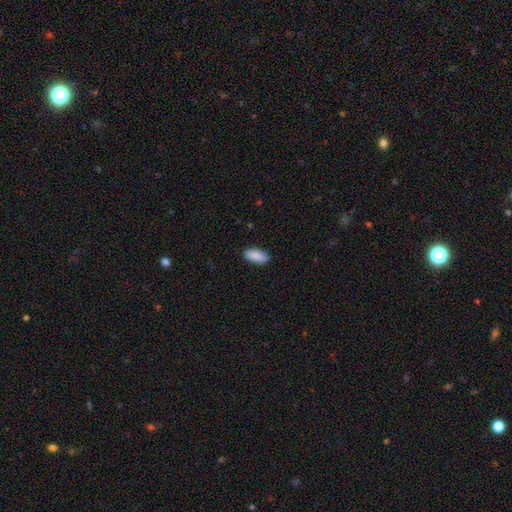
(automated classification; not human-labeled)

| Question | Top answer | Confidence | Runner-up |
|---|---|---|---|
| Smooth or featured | smooth | 89% | star or artifact (6%) |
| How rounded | in between | 88% | cigar-shaped (10%) |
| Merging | none | 88% | minor disturbance (10%) |